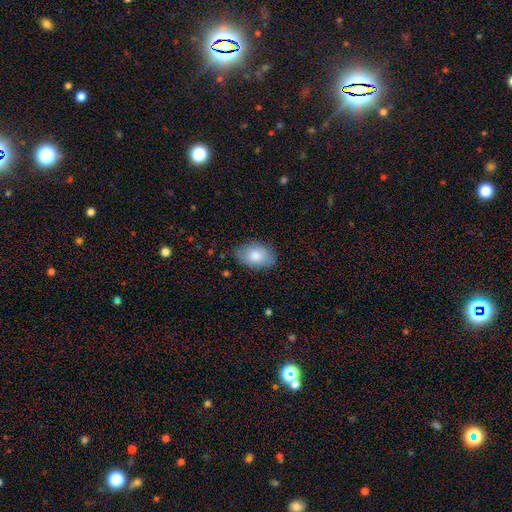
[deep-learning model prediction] A smooth galaxy with no disk features (82%) that is in between round and cigar-shaped (87%).

Vote fractions:
- Smooth or featured? smooth: 82% / featured or disk: 11% / star or artifact: 7%
- How rounded? in between: 87% / round: 12% / cigar-shaped: 1%
- Merging? none: 81% / minor disturbance: 15% / major disturbance: 3% / merger: 1%